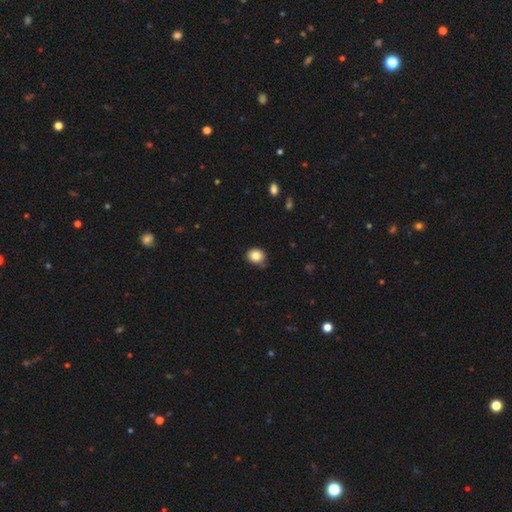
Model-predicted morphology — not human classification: Q: Smooth or featured?
A: smooth (83%); runner-up: star or artifact (11%)
Q: How rounded?
A: round (72%); runner-up: in between (27%)
Q: Merging?
A: none (77%); runner-up: minor disturbance (18%)